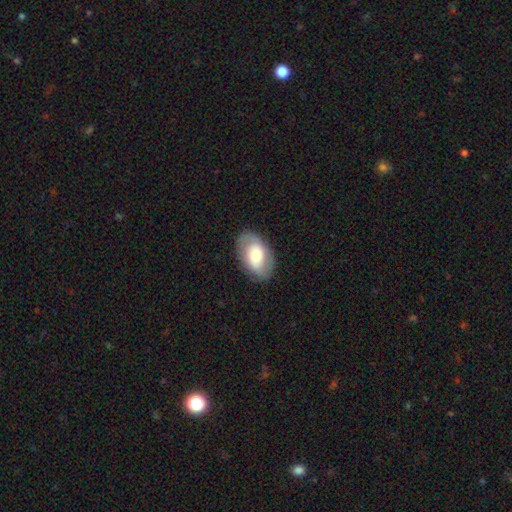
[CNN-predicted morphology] Overall: smooth (59%; featured or disk 35%). How rounded: in between (91%). Merging: none (82%).